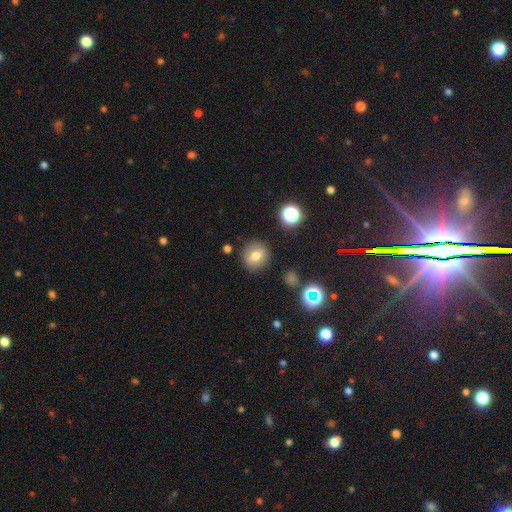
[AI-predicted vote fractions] Smooth or featured? smooth (71%)
How rounded? round (86%)
Merging? none (87%)